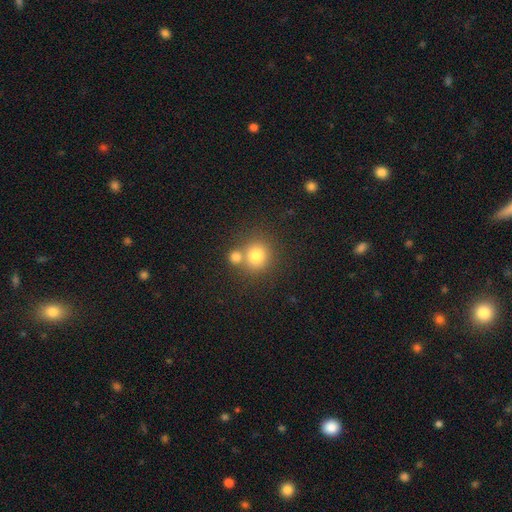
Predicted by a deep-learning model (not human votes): Morphology: type=smooth (79%); roundness=round (88%); merging=none (57%).